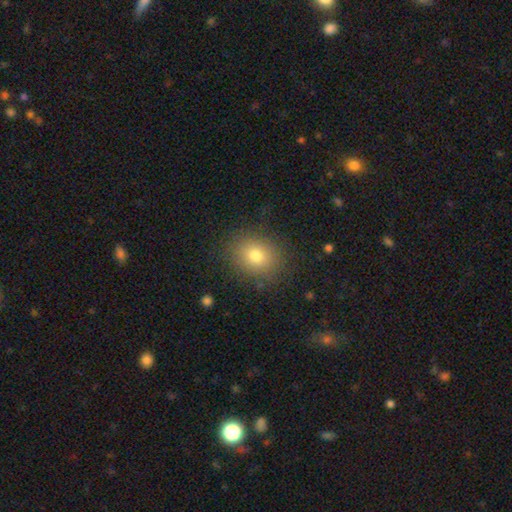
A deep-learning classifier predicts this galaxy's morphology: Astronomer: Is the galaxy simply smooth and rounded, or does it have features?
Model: smooth — 77%.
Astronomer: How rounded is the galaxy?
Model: round — 61% (runner-up: in between, 38%).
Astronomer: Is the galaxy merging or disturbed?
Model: none — 85%.